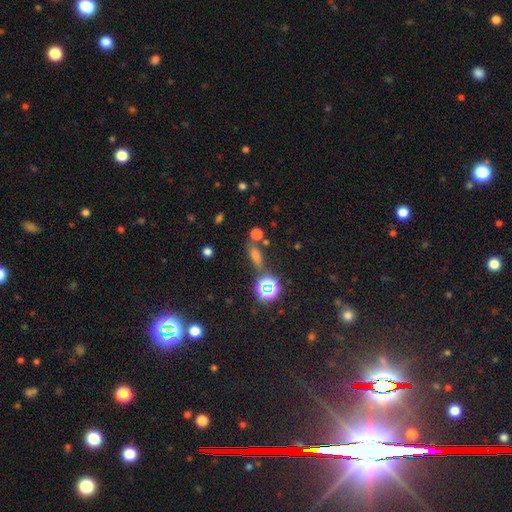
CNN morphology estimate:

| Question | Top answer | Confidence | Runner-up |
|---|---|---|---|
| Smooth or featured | smooth | 46% | star or artifact (39%) |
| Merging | none | 70% | minor disturbance (13%) |